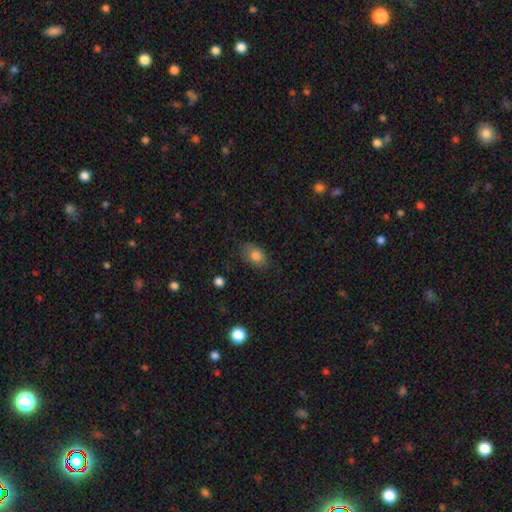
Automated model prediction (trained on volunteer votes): Smooth or featured: smooth — 81% (featured or disk — 10%)
How rounded: in between — 84% (round — 14%)
Merging: none — 76% (minor disturbance — 18%)